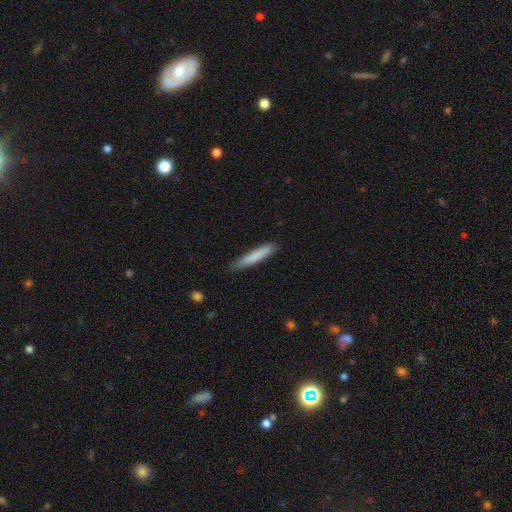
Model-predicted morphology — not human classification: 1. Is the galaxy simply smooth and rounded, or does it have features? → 79% smooth, 15% featured or disk, 6% star or artifact.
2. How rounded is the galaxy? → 94% cigar-shaped, 5% in between, 1% round.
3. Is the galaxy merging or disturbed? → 86% none, 11% minor disturbance, 2% major disturbance, 1% merger.